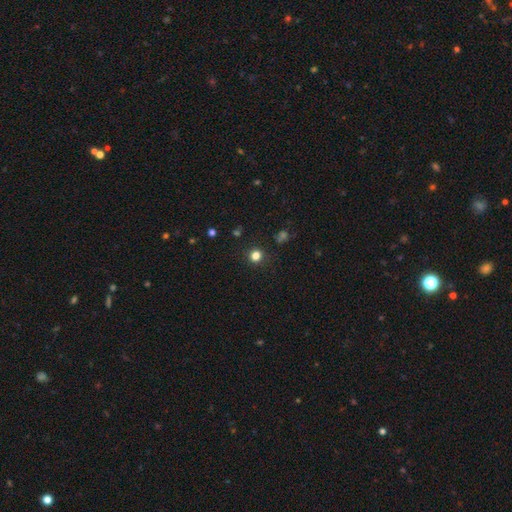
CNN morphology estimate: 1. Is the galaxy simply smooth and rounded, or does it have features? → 79% smooth, 17% star or artifact, 4% featured or disk.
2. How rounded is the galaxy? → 92% round, 7% in between, 1% cigar-shaped.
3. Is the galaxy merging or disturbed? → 89% none, 7% minor disturbance, 3% major disturbance, 2% merger.